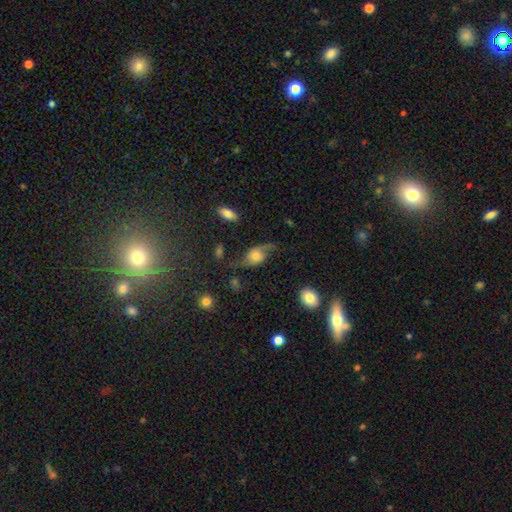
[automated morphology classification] Q: Smooth or featured?
A: featured or disk (70%); runner-up: smooth (22%)
Q: Edge-on disk?
A: no (93%); runner-up: yes (7%)
Q: Bar?
A: no (68%); runner-up: weak (26%)
Q: Spiral arms?
A: yes (91%); runner-up: no (9%)
Q: Spiral winding?
A: loose (82%); runner-up: medium (14%)
Q: Spiral arm count?
A: 2 (91%); runner-up: 1 (3%)
Q: Bulge size?
A: moderate (46%); runner-up: small (25%)
Q: Merging?
A: none (57%); runner-up: minor disturbance (23%)